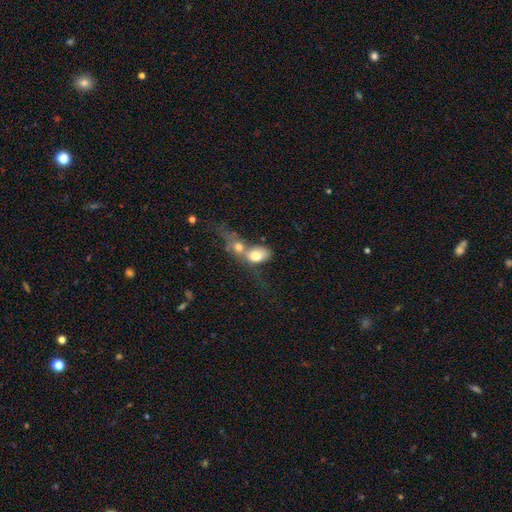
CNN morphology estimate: Overall: smooth (73%). How rounded: in between (74%). Merging: merger (74%).